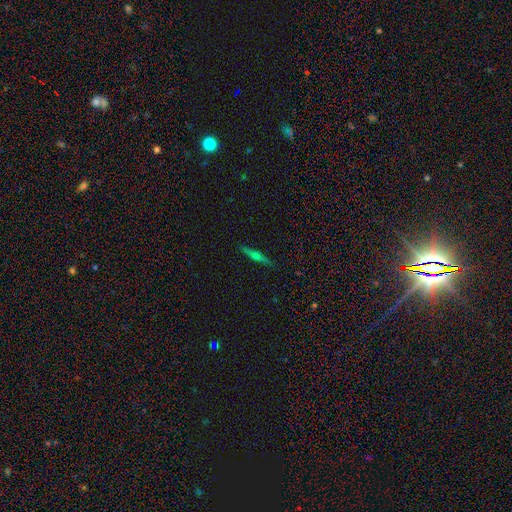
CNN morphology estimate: This is possibly a featured or disk galaxy (60%). It is clearly viewed edge-on (97%). Edge-on bulge: likely rounded (74%). Merging: clearly none (90%).